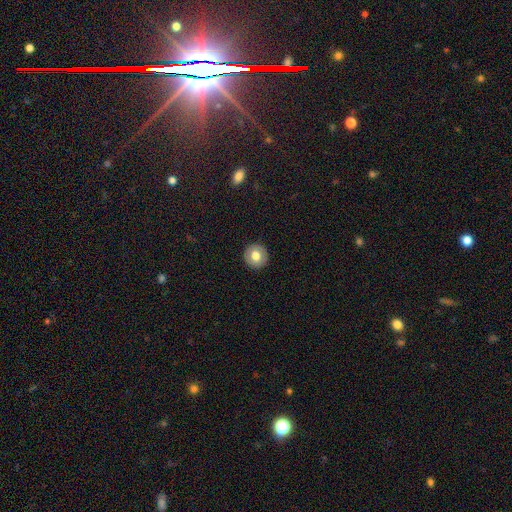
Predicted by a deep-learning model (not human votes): The model was most divided on "smooth or featured": smooth: 74%, featured or disk: 18%, star or artifact: 8%. More confident: how rounded — round (94%); merging — none (92%).